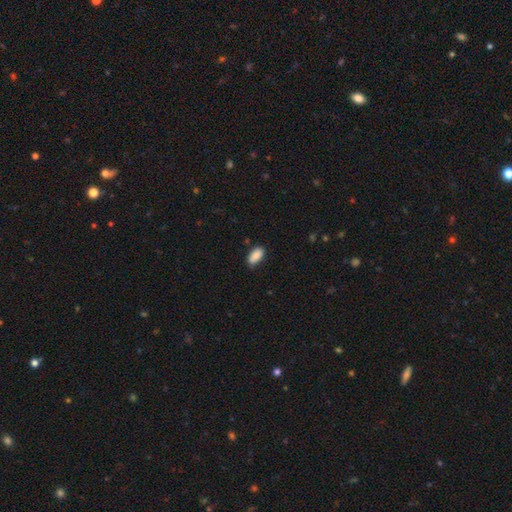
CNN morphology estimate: smooth_or_featured: smooth (p=0.87) [alt: star or artifact p=0.07]
how_rounded: in between (p=0.93) [alt: cigar-shaped p=0.04]
merging: none (p=0.74) [alt: minor disturbance p=0.21]